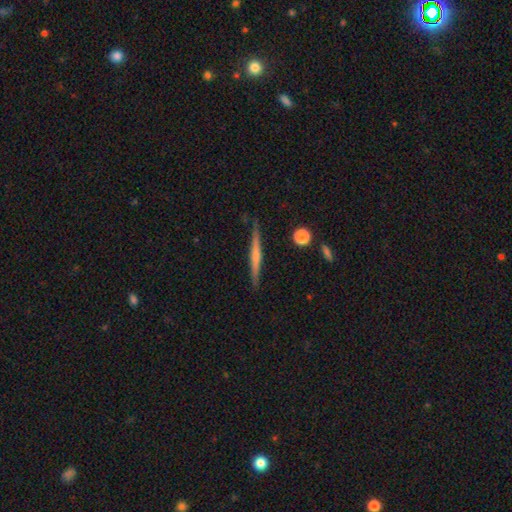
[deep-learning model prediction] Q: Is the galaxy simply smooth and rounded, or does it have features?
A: featured or disk — 61%.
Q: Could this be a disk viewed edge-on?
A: yes — 98%.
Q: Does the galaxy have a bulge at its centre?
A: rounded — 51%.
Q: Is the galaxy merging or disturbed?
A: none — 87%.